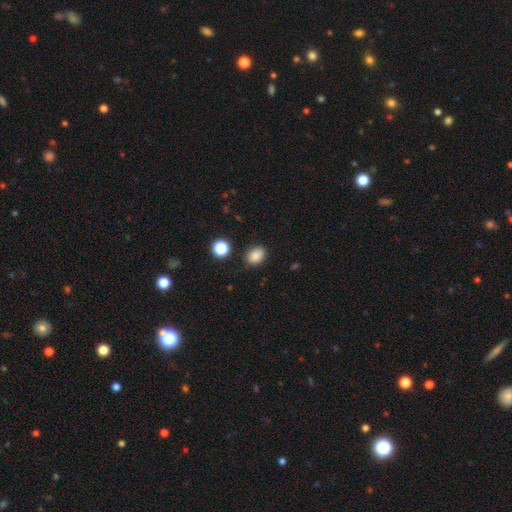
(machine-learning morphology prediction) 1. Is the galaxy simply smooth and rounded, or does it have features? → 85% smooth, 11% star or artifact, 4% featured or disk.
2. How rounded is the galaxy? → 59% in between, 40% round, 1% cigar-shaped.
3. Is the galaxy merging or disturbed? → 83% none, 11% minor disturbance, 3% major disturbance, 2% merger.